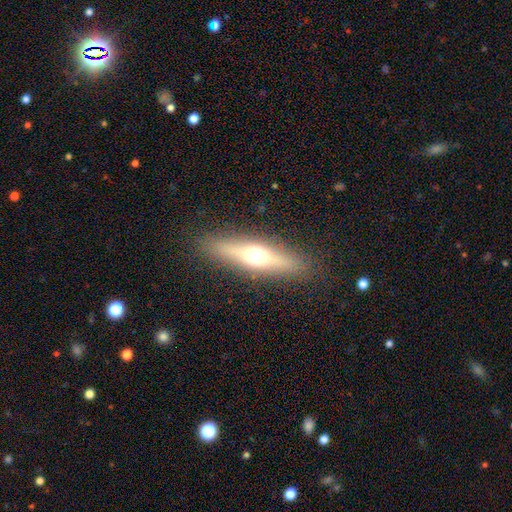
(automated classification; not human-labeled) This is possibly a featured or disk galaxy (51%). It is clearly viewed edge-on (89%). Merging: clearly none (89%).